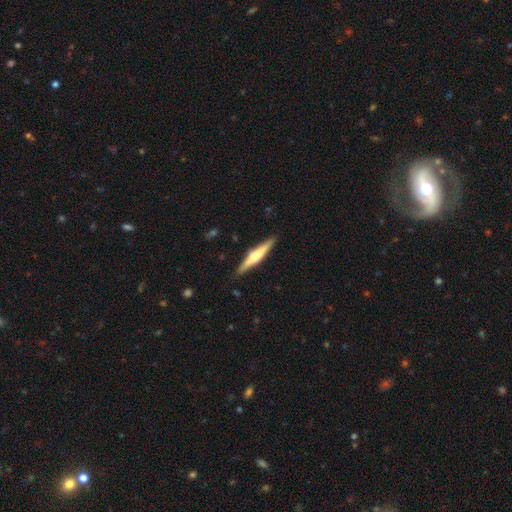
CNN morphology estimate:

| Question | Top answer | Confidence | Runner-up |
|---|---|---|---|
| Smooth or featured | featured or disk | 61% | smooth (34%) |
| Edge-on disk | yes | 97% | no (3%) |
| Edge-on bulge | rounded | 85% | boxy (9%) |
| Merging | none | 89% | minor disturbance (9%) |